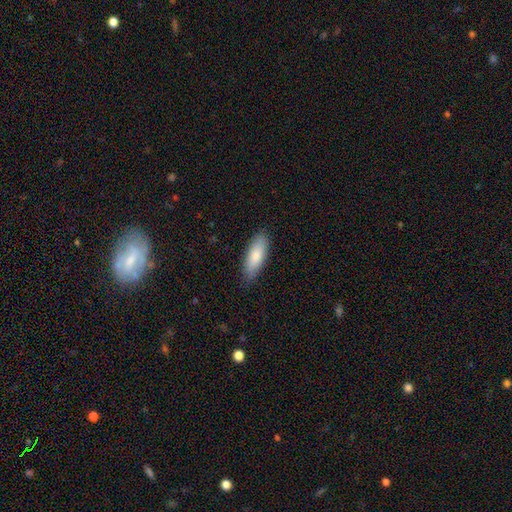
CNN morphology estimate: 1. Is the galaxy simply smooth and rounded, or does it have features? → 82% smooth, 13% featured or disk, 5% star or artifact.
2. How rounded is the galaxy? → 67% in between, 32% cigar-shaped, 2% round.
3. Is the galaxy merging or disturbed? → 84% none, 13% minor disturbance, 2% major disturbance, 1% merger.